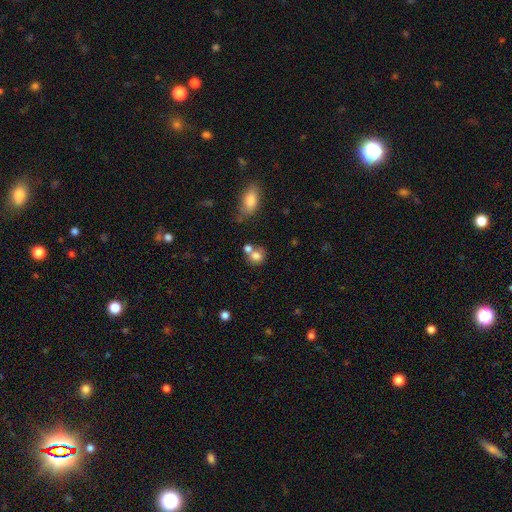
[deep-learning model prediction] smooth-or-featured: smooth: 78% | featured or disk: 12% | star or artifact: 10%
  how-rounded: round: 70% | in between: 28% | cigar-shaped: 1%
  merging: none: 44% | merger: 39% | minor disturbance: 12% | major disturbance: 5%